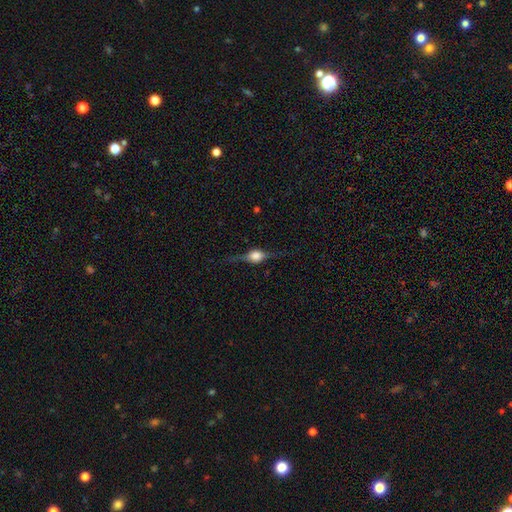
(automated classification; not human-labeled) A featured or disk galaxy (76%) viewed edge-on (96%) with a rounded central bulge (92%).

Vote fractions:
- Smooth or featured? featured or disk: 76% / smooth: 16% / star or artifact: 8%
- Edge-on disk? yes: 96% / no: 4%
- Edge-on bulge? rounded: 92% / boxy: 7% / none: 1%
- Merging? none: 81% / minor disturbance: 13% / major disturbance: 5% / merger: 1%